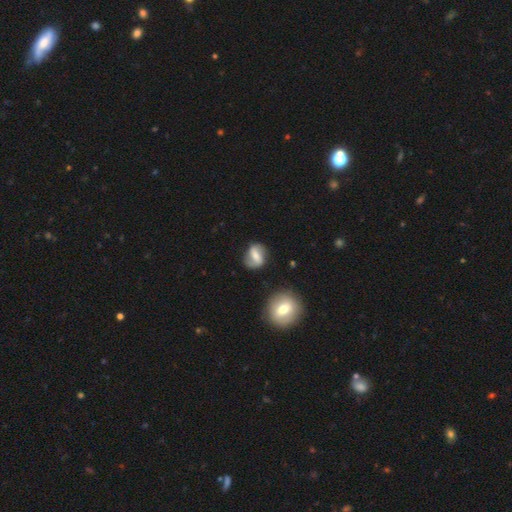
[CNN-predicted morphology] smooth-or-featured: featured or disk: 59% | smooth: 34% | star or artifact: 7%
  disk-edge-on: no: 95% | yes: 5%
    bar: strong: 47% | weak: 37% | no: 16%
    has-spiral-arms: yes: 82% | no: 18%
    bulge-size: moderate: 42% | small: 36% | none: 13% | large: 7% | dominant: 2%
  merging: none: 74% | minor disturbance: 17% | major disturbance: 6% | merger: 3%